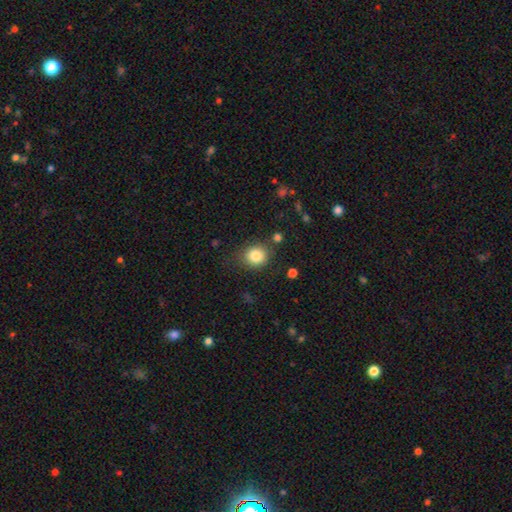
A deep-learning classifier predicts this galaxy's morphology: smooth 84%, star or artifact 10%, featured or disk 7%. Down the decision tree: how rounded — round (76%); merging — none (77%).